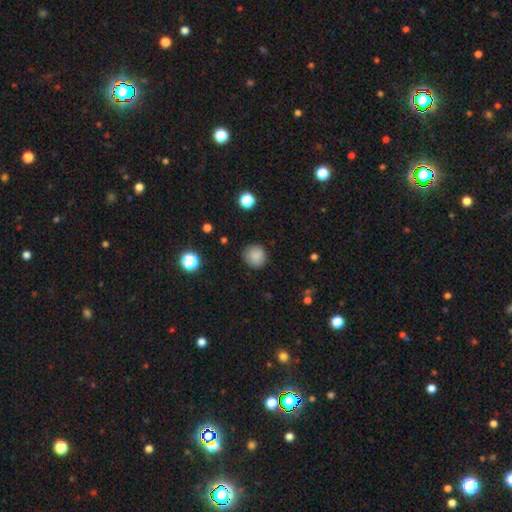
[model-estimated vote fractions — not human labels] smooth 85%, star or artifact 10%, featured or disk 5%. Down the decision tree: how rounded — round (90%); merging — none (84%).